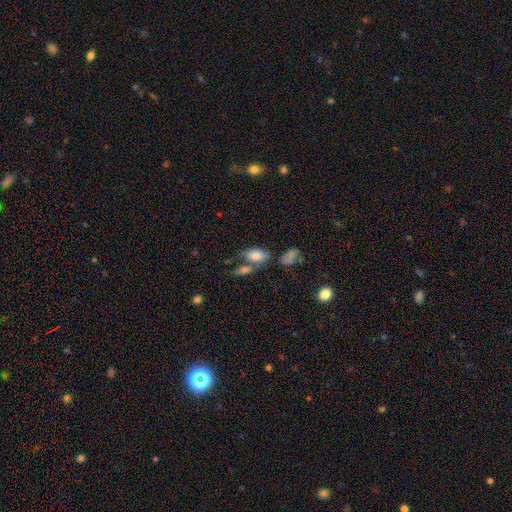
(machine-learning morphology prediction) Smooth or featured? Predicted: smooth (p=0.78). How rounded? Predicted: in between (p=0.89). Merging? Predicted: none (p=0.44).